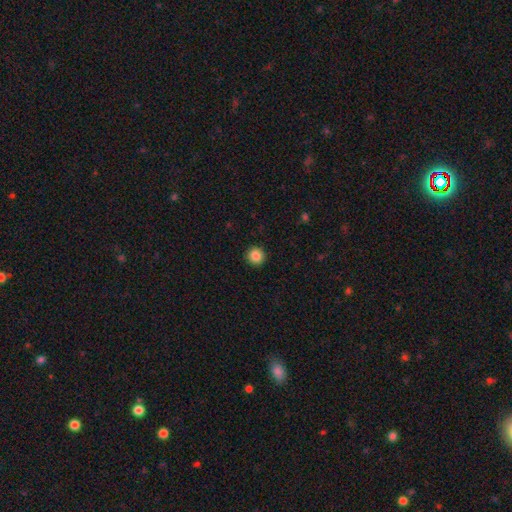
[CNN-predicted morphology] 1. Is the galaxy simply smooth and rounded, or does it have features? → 86% smooth, 10% star or artifact, 4% featured or disk.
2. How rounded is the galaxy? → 94% round, 5% in between, 1% cigar-shaped.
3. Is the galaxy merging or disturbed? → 92% none, 5% minor disturbance, 2% major disturbance, 1% merger.